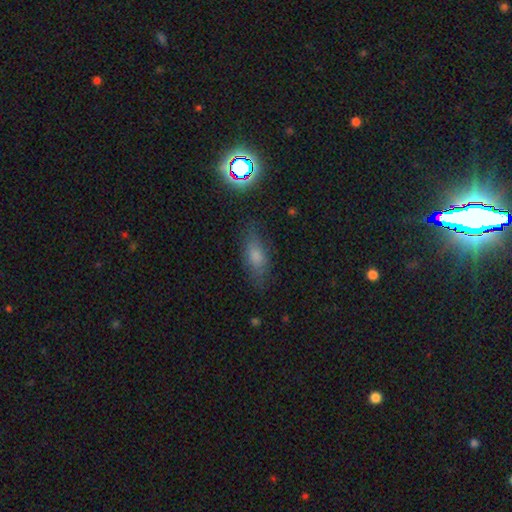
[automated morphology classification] A smooth galaxy with no disk features (62%) that is in between round and cigar-shaped (69%). Merging: none (77%).